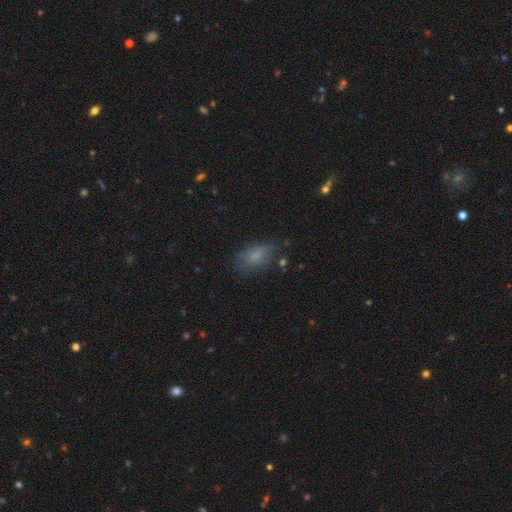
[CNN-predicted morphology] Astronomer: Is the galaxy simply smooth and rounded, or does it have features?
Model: smooth — 70%.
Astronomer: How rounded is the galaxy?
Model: in between — 86%.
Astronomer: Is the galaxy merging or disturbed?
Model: none — 59%.